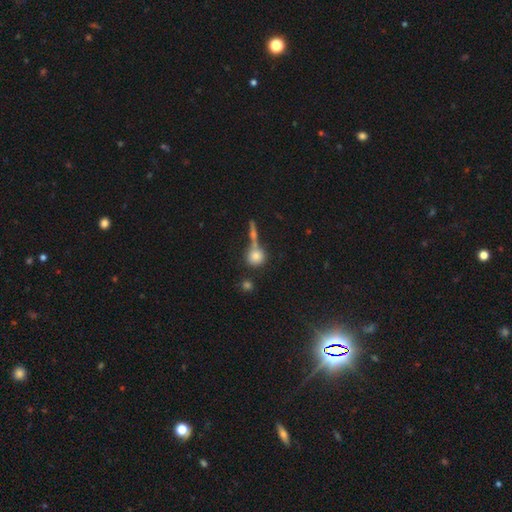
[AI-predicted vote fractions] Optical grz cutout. It shows a smooth galaxy with no disk features (77%) that is round (86%). Merging: none (56%).